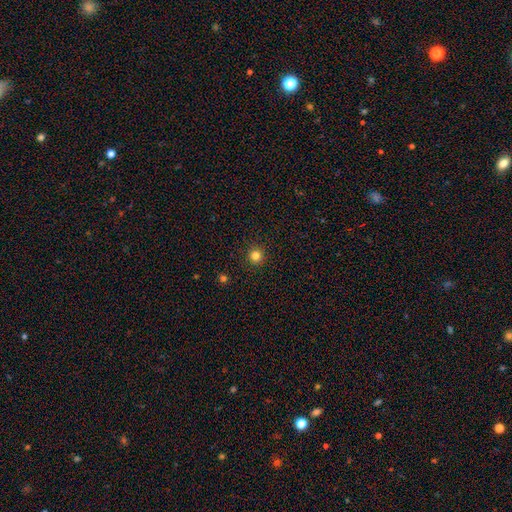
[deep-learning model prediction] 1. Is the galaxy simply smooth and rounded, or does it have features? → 82% smooth, 13% star or artifact, 5% featured or disk.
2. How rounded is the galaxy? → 95% round, 4% in between, 1% cigar-shaped.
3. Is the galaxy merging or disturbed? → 92% none, 5% minor disturbance, 2% major disturbance, 1% merger.